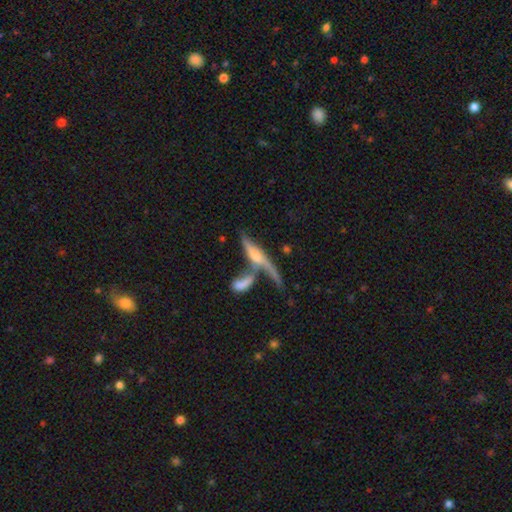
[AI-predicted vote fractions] featured or disk 55%, smooth 36%, star or artifact 9%. Down the decision tree: edge-on disk — yes (68%); merging — merger (53%).